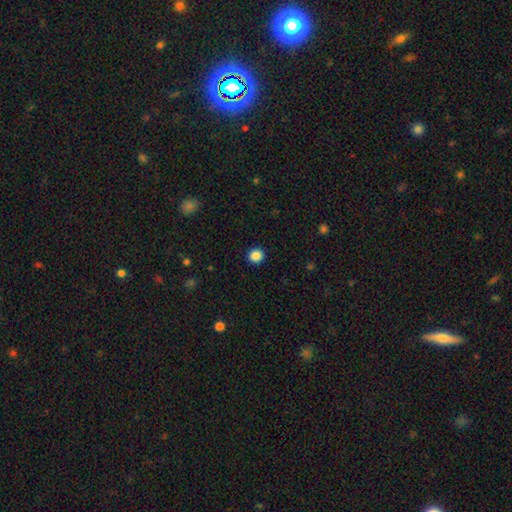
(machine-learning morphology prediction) Smooth or featured?
  - smooth: 87% *
  - star or artifact: 10%
  - featured or disk: 3%
How rounded?
  - round: 86% *
  - in between: 13%
  - cigar-shaped: 1%
Merging?
  - none: 92% *
  - minor disturbance: 5%
  - major disturbance: 2%
  - merger: 1%